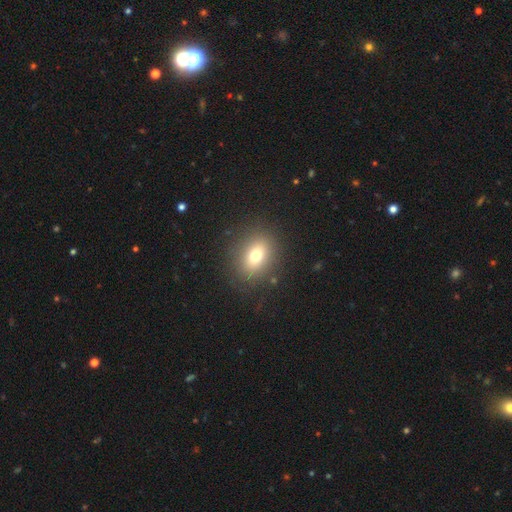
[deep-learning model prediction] Smooth or featured: smooth — 73% (featured or disk — 14%)
How rounded: in between — 53% (round — 45%)
Merging: none — 86% (minor disturbance — 9%)